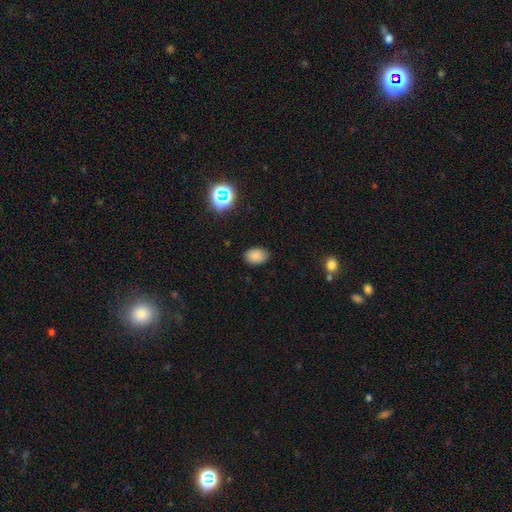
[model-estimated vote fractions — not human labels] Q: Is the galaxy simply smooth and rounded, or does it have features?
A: smooth — 83%.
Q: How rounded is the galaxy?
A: in between — 79%.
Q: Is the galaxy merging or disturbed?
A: none — 84%.